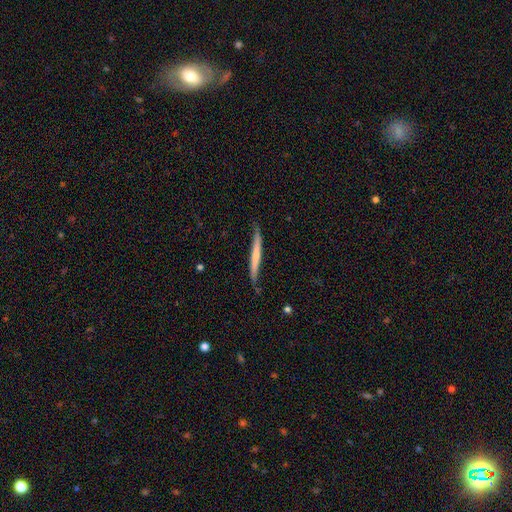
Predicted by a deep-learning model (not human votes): smooth_or_featured: smooth (p=0.52) [alt: featured or disk p=0.43]
how_rounded: cigar-shaped (p=0.96) [alt: in between p=0.02]
merging: none (p=0.76) [alt: minor disturbance p=0.19]